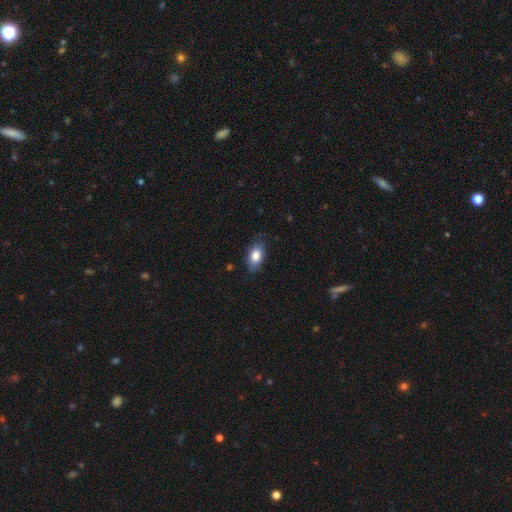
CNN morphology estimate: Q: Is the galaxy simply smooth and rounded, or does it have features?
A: smooth — 81%.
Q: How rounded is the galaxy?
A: in between — 90%.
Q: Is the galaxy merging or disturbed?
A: none — 77%.